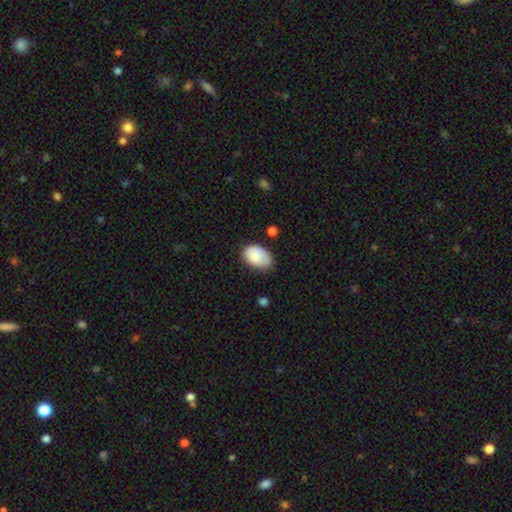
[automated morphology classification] Smooth or featured: smooth — 86% (featured or disk — 7%)
How rounded: in between — 88% (round — 11%)
Merging: none — 64% (minor disturbance — 29%)